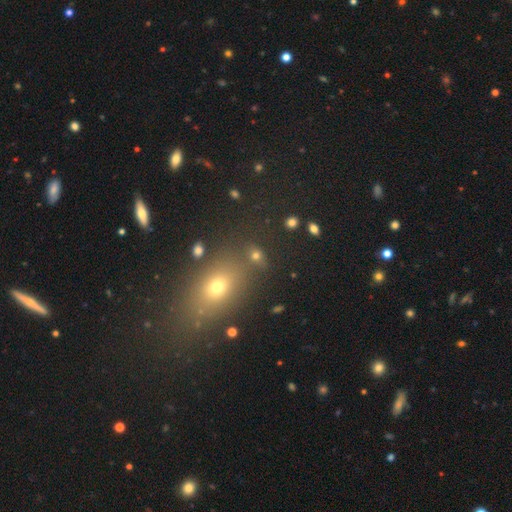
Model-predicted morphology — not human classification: Smooth or featured? Predicted: smooth (p=0.70). How rounded? Predicted: round (p=0.49). Merging? Predicted: none (p=0.70).